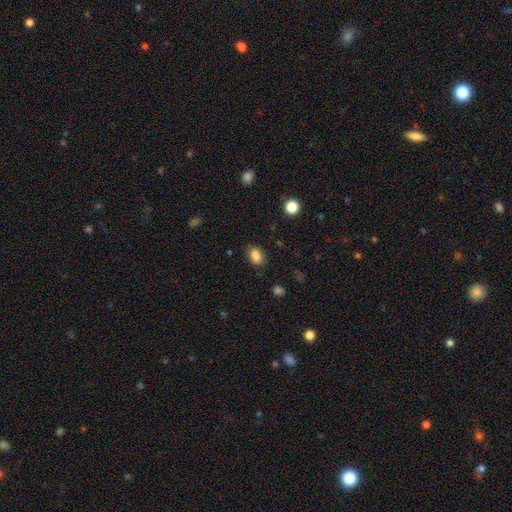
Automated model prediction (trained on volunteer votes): Smooth or featured: smooth — 86% (star or artifact — 9%)
How rounded: in between — 79% (round — 20%)
Merging: none — 85% (minor disturbance — 11%)